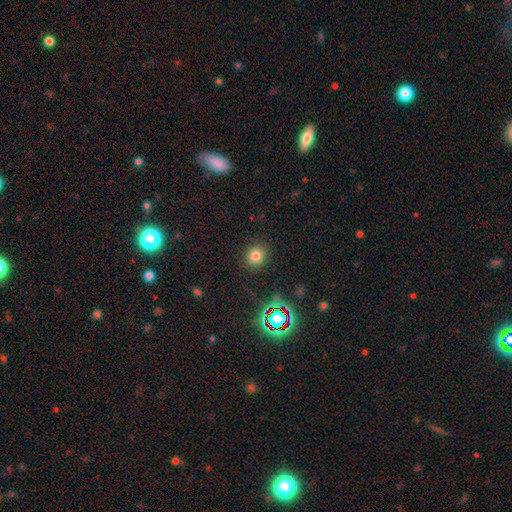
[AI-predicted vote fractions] Smooth or featured: smooth — 77% (star or artifact — 16%)
How rounded: round — 76% (in between — 23%)
Merging: none — 88% (minor disturbance — 8%)